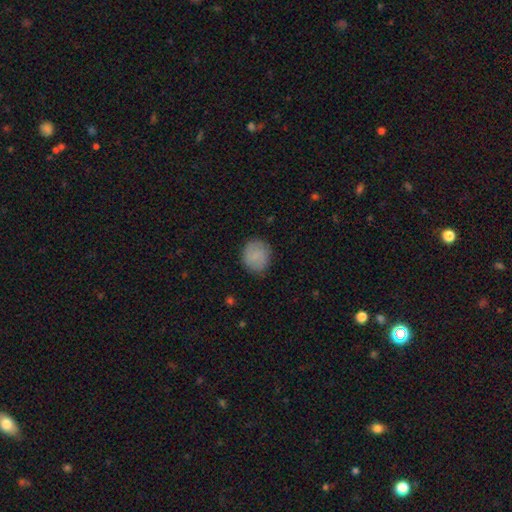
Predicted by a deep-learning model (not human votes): smooth 81%, featured or disk 11%, star or artifact 7%. Down the decision tree: how rounded — round (80%); merging — none (82%).